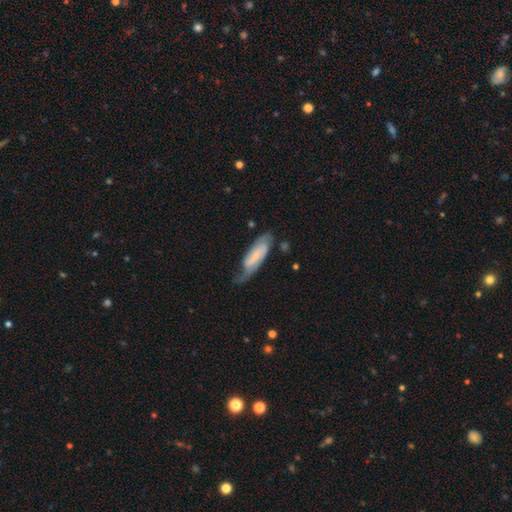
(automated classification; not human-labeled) Smooth or featured? featured or disk (65%)
Edge-on disk? no (85%)
Bar? weak (39%)
Spiral arms? yes (90%)
Bulge size? small (48%)
Merging? none (54%)